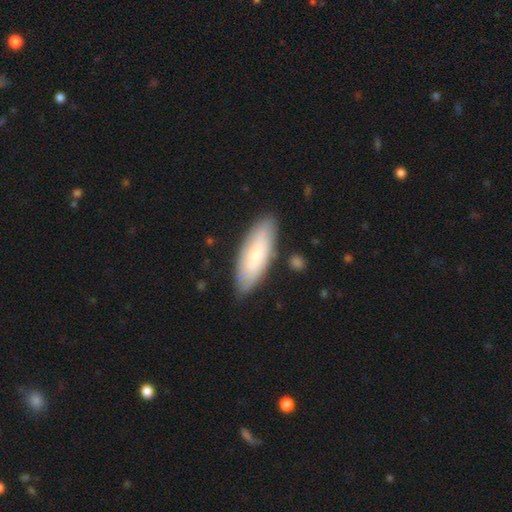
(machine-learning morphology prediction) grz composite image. It shows a smooth galaxy with no disk features (70%) that is in between round and cigar-shaped (67%). Merging: none (81%).